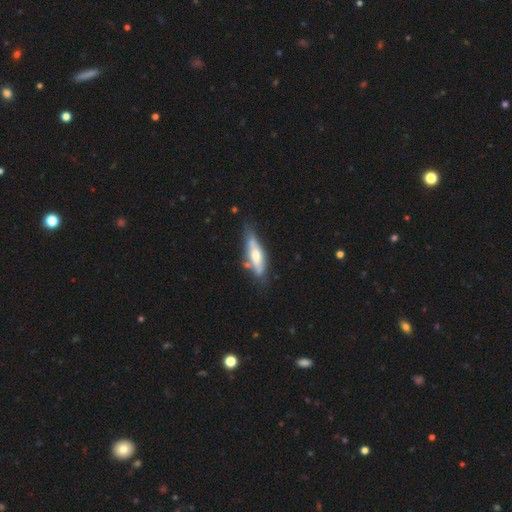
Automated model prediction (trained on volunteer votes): This is possibly a featured or disk galaxy (55%). It is likely viewed edge-on (66%). Merging: likely none (60%).